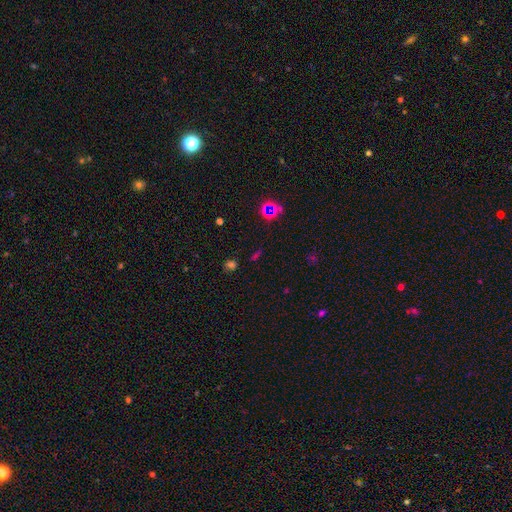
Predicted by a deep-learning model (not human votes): smooth-or-featured: star or artifact: 47% | smooth: 44% | featured or disk: 9%